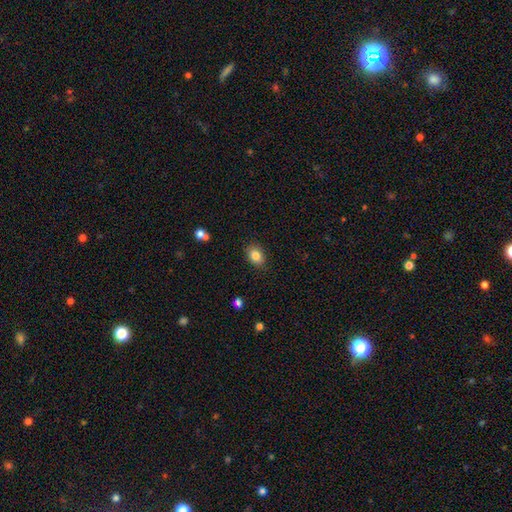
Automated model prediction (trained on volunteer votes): This is clearly a smooth galaxy (84%). How rounded: likely in between (78%). Merging: clearly none (86%).